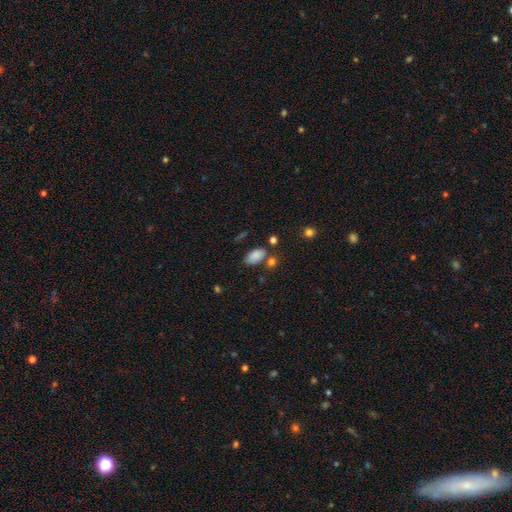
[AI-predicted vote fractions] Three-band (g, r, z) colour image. It shows a smooth galaxy with no disk features (84%) that is in between round and cigar-shaped (92%). Merging: none (64%).